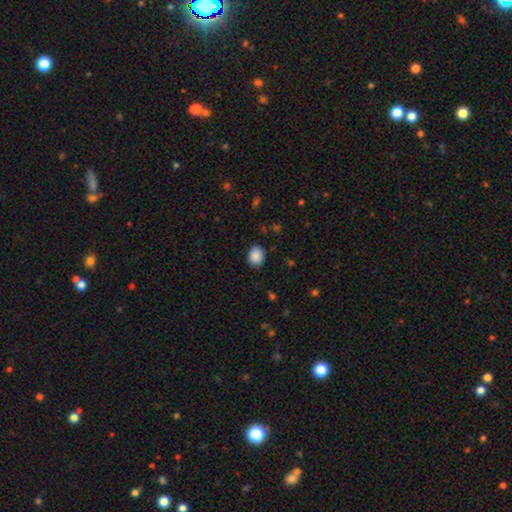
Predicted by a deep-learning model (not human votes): Smooth or featured?
  - smooth: 89% *
  - star or artifact: 8%
  - featured or disk: 3%
How rounded?
  - round: 52% *
  - in between: 47%
  - cigar-shaped: 1%
Merging?
  - none: 86% *
  - minor disturbance: 10%
  - major disturbance: 3%
  - merger: 1%